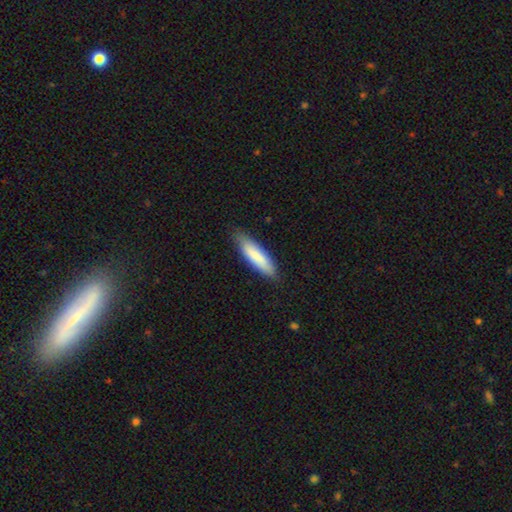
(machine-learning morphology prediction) A smooth galaxy with no disk features (82%) that is cigar-shaped (69%). Merging: none (83%).